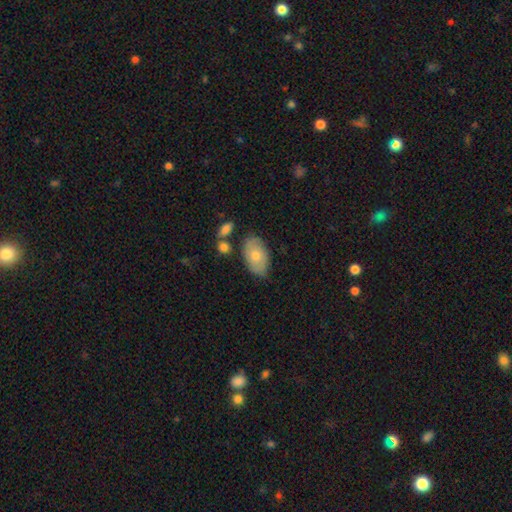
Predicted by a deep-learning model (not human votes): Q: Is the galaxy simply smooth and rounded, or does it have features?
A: smooth — 68%.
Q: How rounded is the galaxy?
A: in between — 92%.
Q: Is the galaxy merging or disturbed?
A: none — 71%.